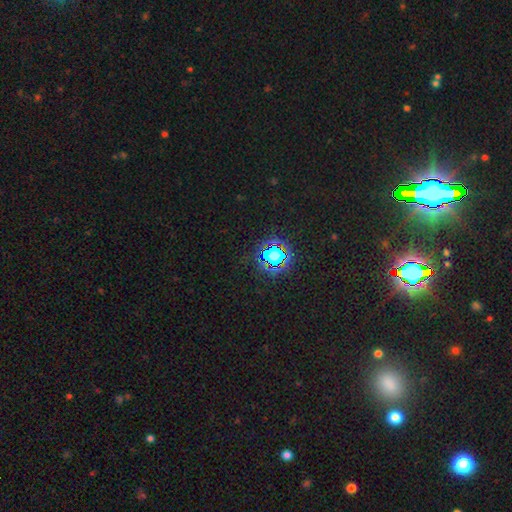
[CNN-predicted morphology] The model was most divided on "smooth or featured": star or artifact: 82%, smooth: 10%, featured or disk: 8%.